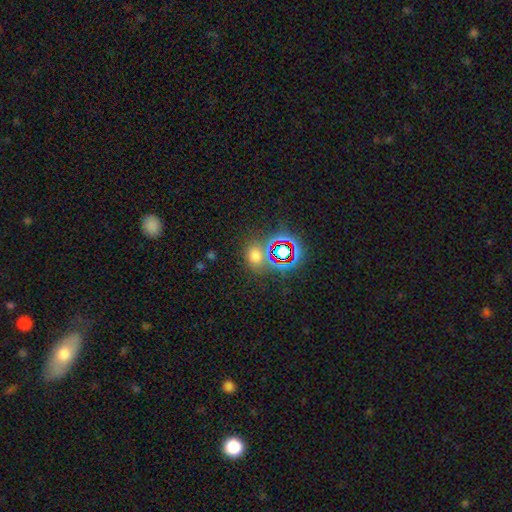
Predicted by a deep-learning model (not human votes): This is possibly a smooth galaxy (53%). How rounded: likely round (61%). Merging: likely none (69%).